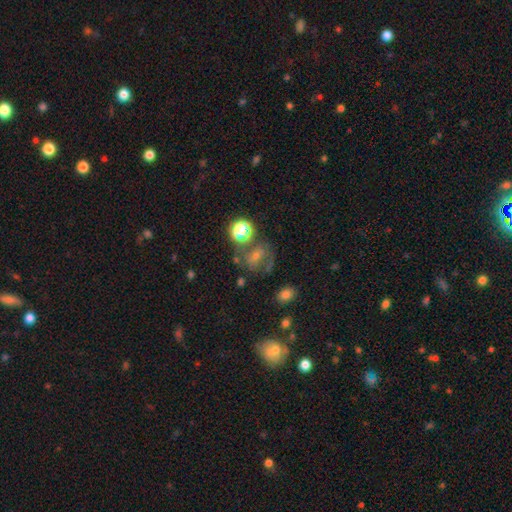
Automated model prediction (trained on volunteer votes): Smooth or featured?
  - featured or disk: 42% *
  - smooth: 34%
  - star or artifact: 24%
Merging?
  - none: 55% *
  - minor disturbance: 18%
  - major disturbance: 14%
  - merger: 12%